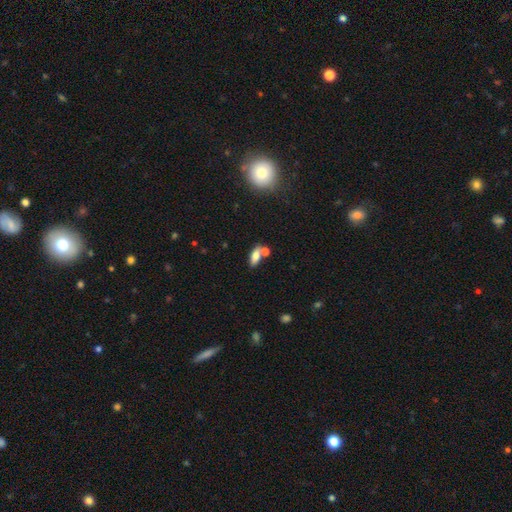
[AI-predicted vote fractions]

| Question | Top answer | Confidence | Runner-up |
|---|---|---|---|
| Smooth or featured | smooth | 70% | featured or disk (20%) |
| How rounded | in between | 73% | cigar-shaped (23%) |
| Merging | none | 56% | merger (29%) |